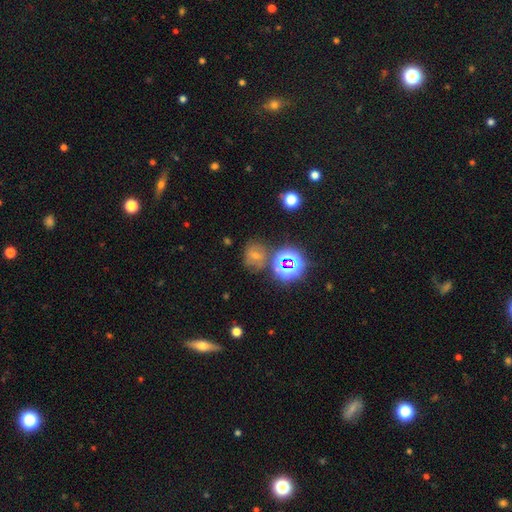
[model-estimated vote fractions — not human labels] smooth 48%, star or artifact 33%, featured or disk 18%. Down the decision tree: merging — none (63%).